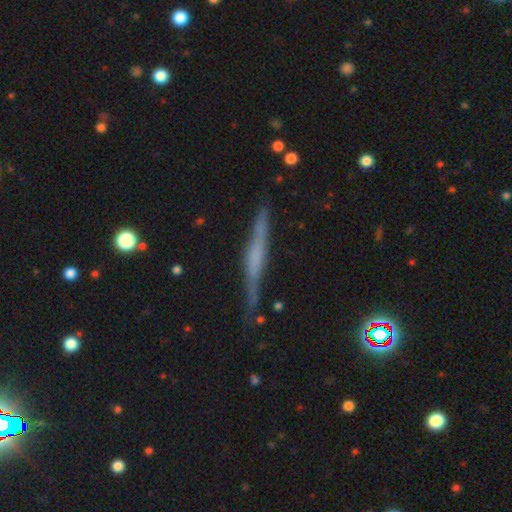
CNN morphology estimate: A featured or disk galaxy (63%) viewed edge-on (96%) with no central bulge (43%).

Vote fractions:
- Smooth or featured? featured or disk: 63% / smooth: 29% / star or artifact: 8%
- Edge-on disk? yes: 96% / no: 4%
- Edge-on bulge? none: 43% / boxy: 30% / rounded: 27%
- Merging? none: 82% / minor disturbance: 14% / major disturbance: 3% / merger: 2%